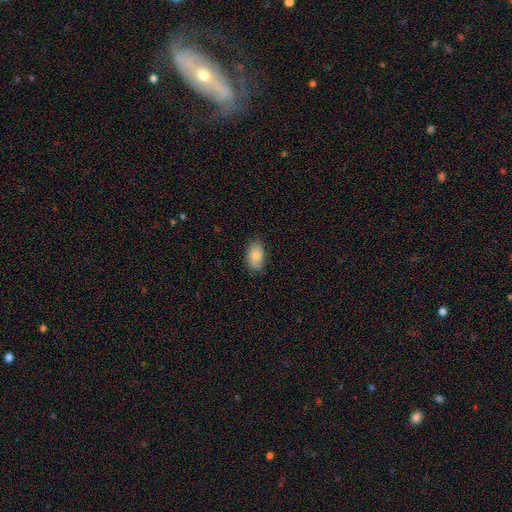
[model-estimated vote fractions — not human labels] Overall: smooth (81%). How rounded: in between (92%). Merging: none (79%).